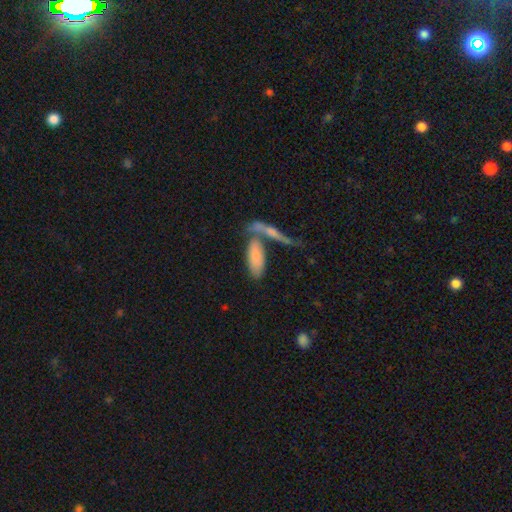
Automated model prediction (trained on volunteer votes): The model was most divided on "merging": none: 42%, merger: 41%, minor disturbance: 11%, major disturbance: 6%. More confident: smooth or featured — smooth (77%); how rounded — in between (65%).